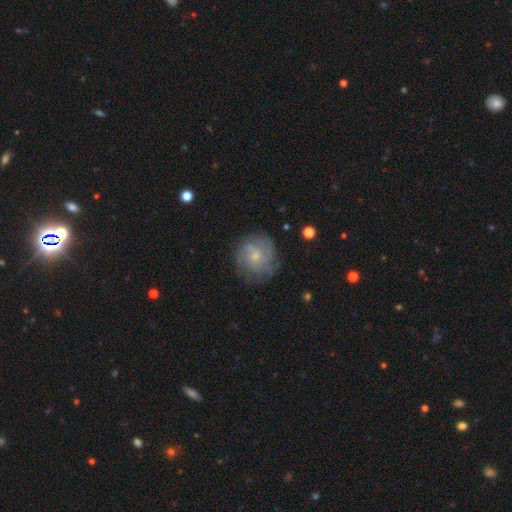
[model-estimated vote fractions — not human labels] The model was most divided on "spiral arm count": can't tell: 39%, 4: 20%, 3: 16%, 2: 11%, more than 4: 8%, 1: 7%. More confident: edge-on disk — no (98%); spiral arms — yes (91%); merging — none (78%); bar — no (77%); smooth or featured — featured or disk (68%); bulge size — small (68%); spiral winding — tight (58%).